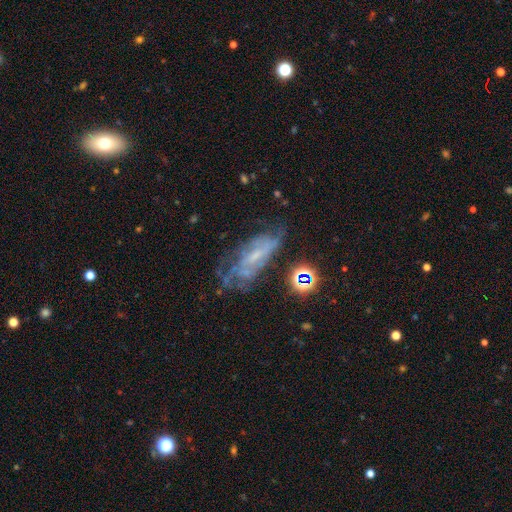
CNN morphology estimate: A featured or disk galaxy (66%) with no bar (45%), spiral arms (73%) and a small central bulge (56%). Merging: none (53%).